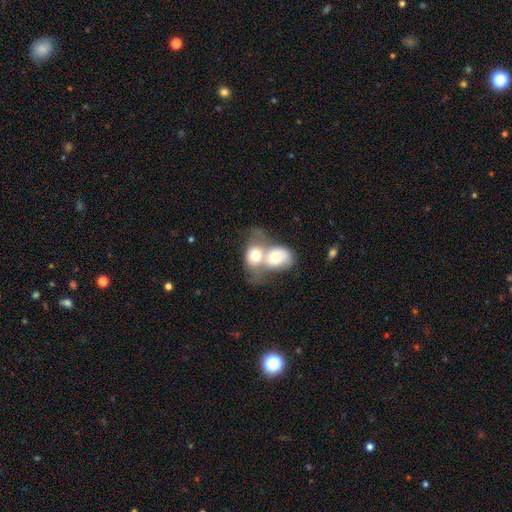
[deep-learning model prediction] A smooth galaxy with no disk features (66%) that is in between round and cigar-shaped (56%).

Vote fractions:
- Smooth or featured? smooth: 66% / featured or disk: 28% / star or artifact: 7%
- How rounded? in between: 56% / round: 42% / cigar-shaped: 2%
- Merging? merger: 80% / none: 10% / major disturbance: 6% / minor disturbance: 5%